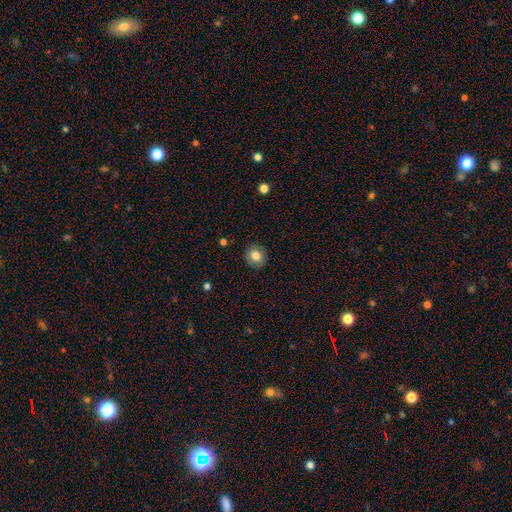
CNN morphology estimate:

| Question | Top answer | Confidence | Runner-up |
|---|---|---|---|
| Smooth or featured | smooth | 79% | featured or disk (11%) |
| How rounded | round | 82% | in between (17%) |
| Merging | none | 87% | minor disturbance (9%) |